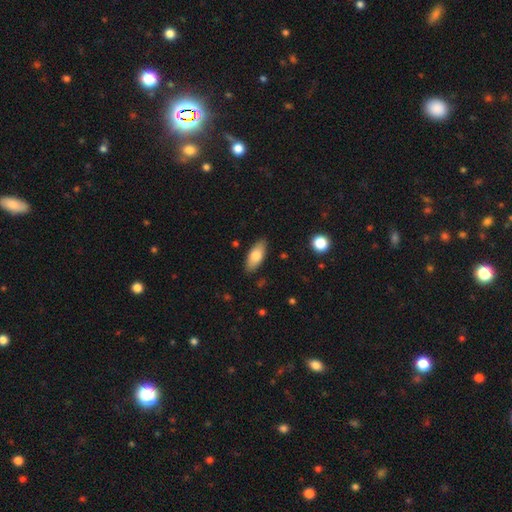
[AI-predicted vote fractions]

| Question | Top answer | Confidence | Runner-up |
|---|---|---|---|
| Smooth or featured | smooth | 77% | featured or disk (17%) |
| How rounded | in between | 85% | cigar-shaped (13%) |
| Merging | none | 86% | minor disturbance (11%) |